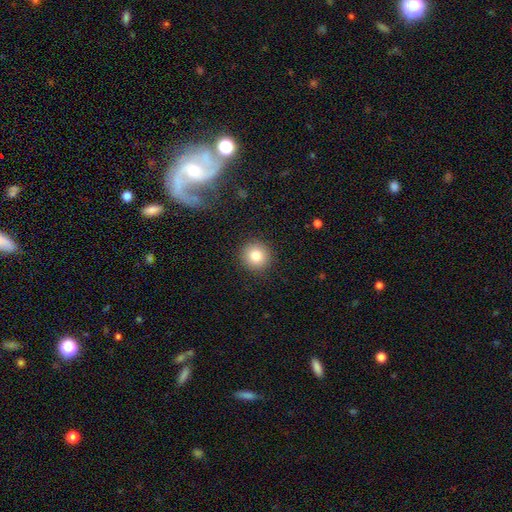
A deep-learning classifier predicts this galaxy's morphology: Overall: smooth (82%). How rounded: round (93%). Merging: none (91%).